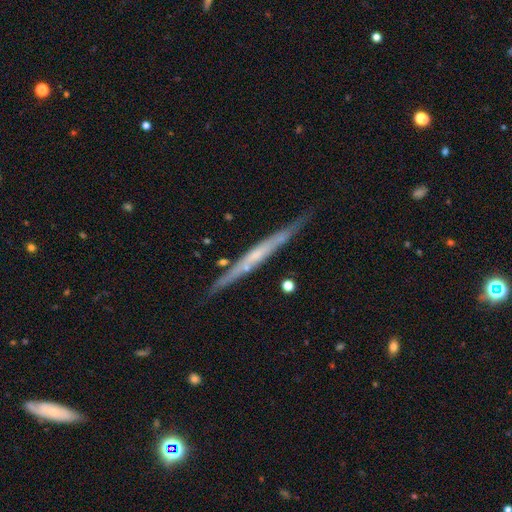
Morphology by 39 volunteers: A featured or disk galaxy (62%) viewed edge-on (96%) with no central bulge (70%).

Vote fractions:
- Smooth or featured? featured or disk: 62% / smooth: 31% / star or artifact: 8%
- Edge-on disk? yes: 96% / no: 4%
- Edge-on bulge? none: 70% / rounded: 30% / boxy: 0%
- Merging? none: 100% / minor disturbance: 0% / major disturbance: 0% / merger: 0%